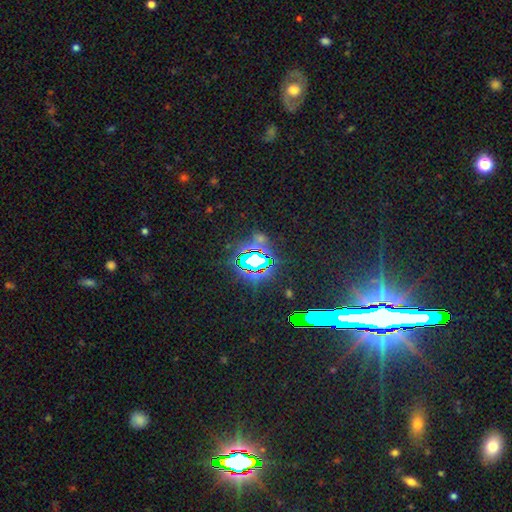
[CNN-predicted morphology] Smooth or featured? Predicted: star or artifact (p=0.74).